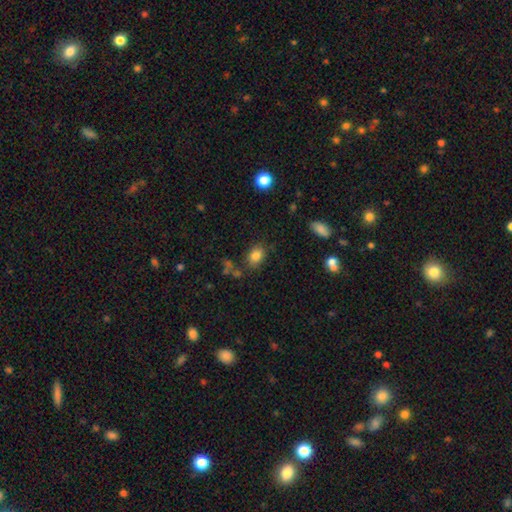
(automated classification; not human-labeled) Q: Smooth or featured?
A: smooth (82%); runner-up: star or artifact (11%)
Q: How rounded?
A: in between (69%); runner-up: round (30%)
Q: Merging?
A: none (75%); runner-up: minor disturbance (15%)